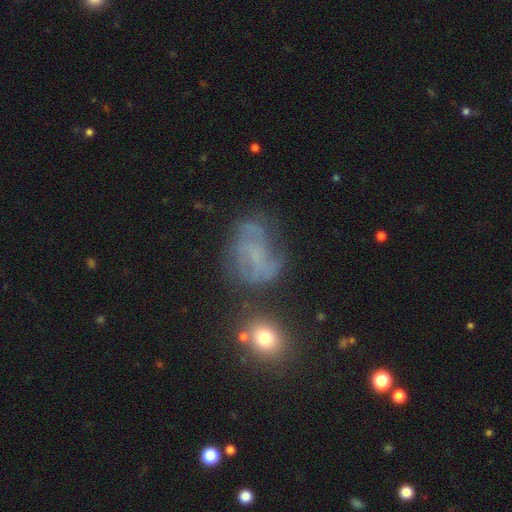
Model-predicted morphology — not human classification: Overall: featured or disk (55%; smooth 25%). Edge-on disk: no (97%). Bar: no (63%; weak 29%). Spiral arms: yes (65%; no 35%). Bulge size: none (56%; small 33%). Merging: none (49%; minor disturbance 24%).